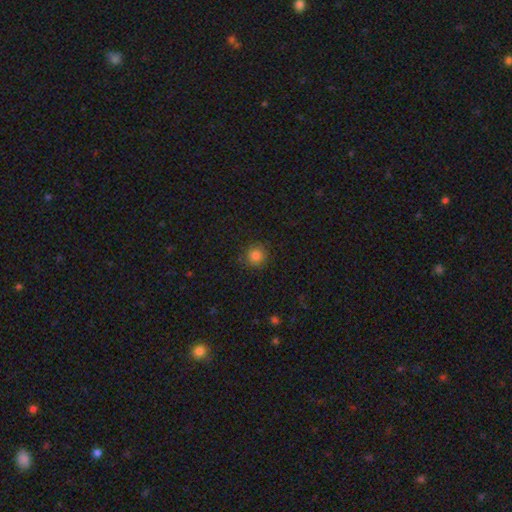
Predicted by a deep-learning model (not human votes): Smooth or featured? smooth (84%)
How rounded? round (92%)
Merging? none (88%)